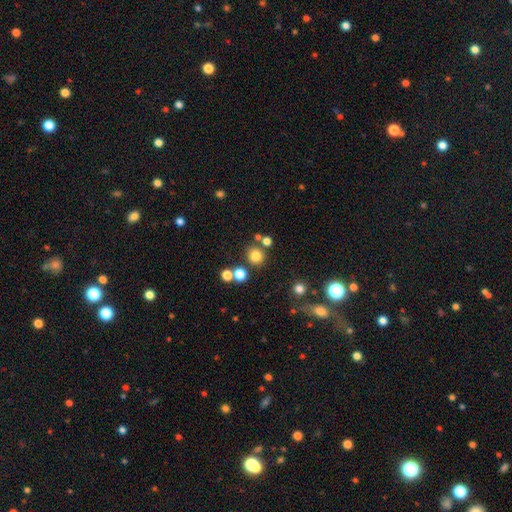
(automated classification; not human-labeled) Smooth or featured? Predicted: smooth (p=0.78). How rounded? Predicted: round (p=0.89). Merging? Predicted: none (p=0.78).